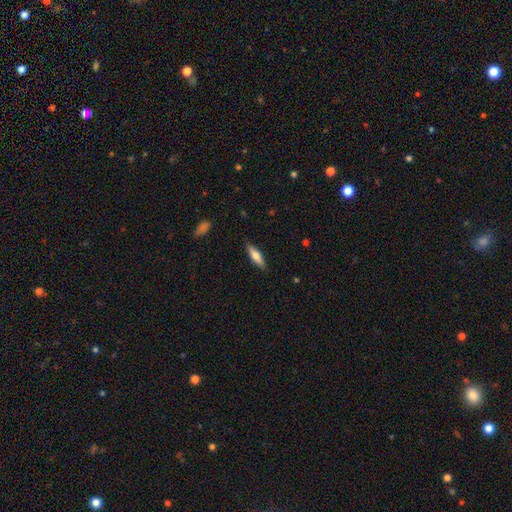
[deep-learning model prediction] smooth_or_featured: smooth (p=0.64) [alt: featured or disk p=0.30]
how_rounded: cigar-shaped (p=0.63) [alt: in between p=0.35]
merging: none (p=0.87) [alt: minor disturbance p=0.10]